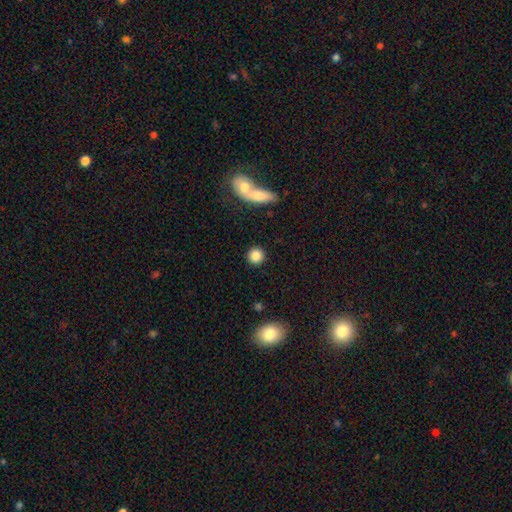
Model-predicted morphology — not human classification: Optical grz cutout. It shows a smooth galaxy with no disk features (85%) that is round (91%). Merging: none (88%).